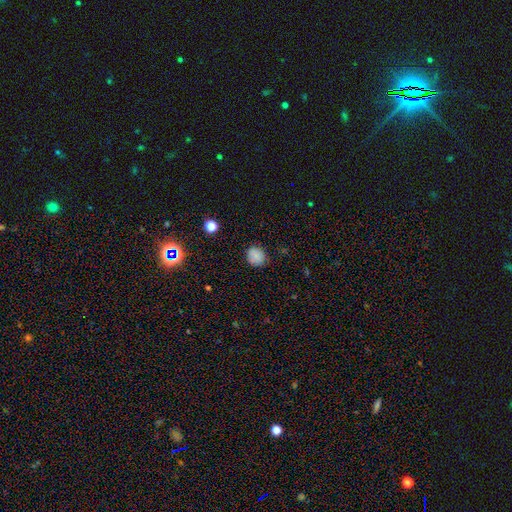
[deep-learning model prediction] smooth-or-featured: smooth: 82% | star or artifact: 12% | featured or disk: 6%
  how-rounded: round: 74% | in between: 25% | cigar-shaped: 1%
  merging: none: 82% | minor disturbance: 14% | major disturbance: 3% | merger: 1%